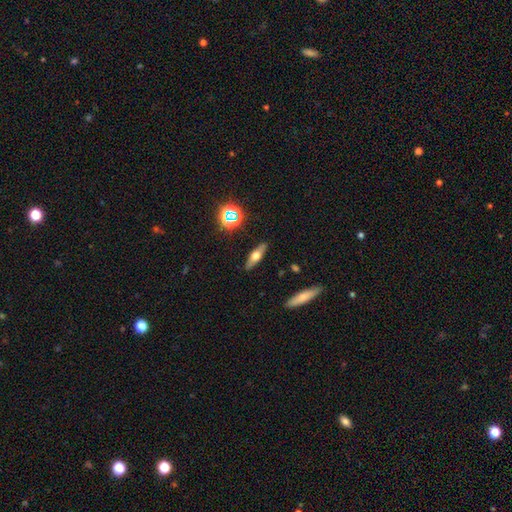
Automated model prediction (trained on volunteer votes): The model was most divided on "smooth or featured": featured or disk: 47%, smooth: 44%, star or artifact: 10%. More confident: merging — none (88%).